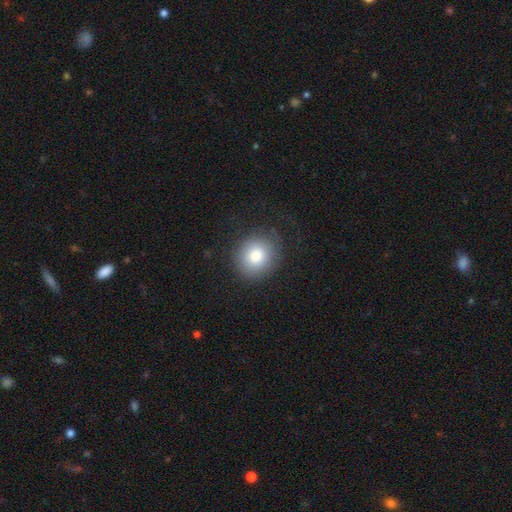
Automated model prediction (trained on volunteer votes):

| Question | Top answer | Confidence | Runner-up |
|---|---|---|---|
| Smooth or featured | smooth | 82% | featured or disk (9%) |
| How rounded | round | 81% | in between (18%) |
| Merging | none | 80% | minor disturbance (13%) |